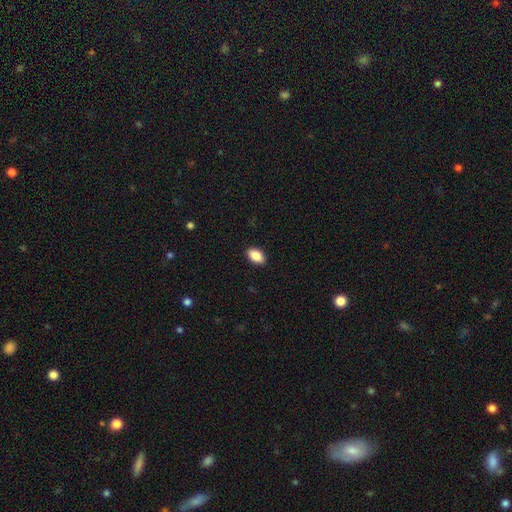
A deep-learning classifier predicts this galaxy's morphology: Smooth or featured: smooth — 88% (star or artifact — 7%)
How rounded: in between — 92% (round — 5%)
Merging: none — 90% (minor disturbance — 7%)